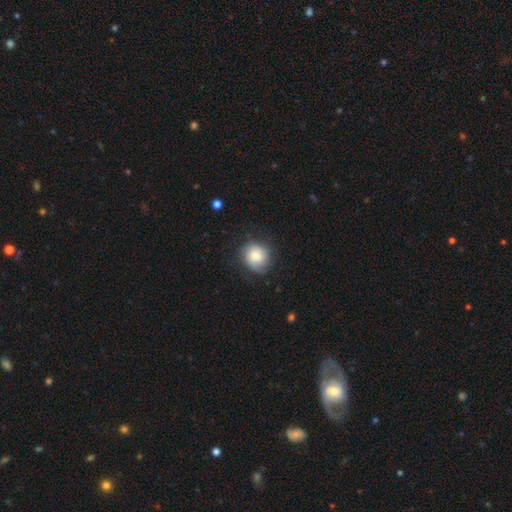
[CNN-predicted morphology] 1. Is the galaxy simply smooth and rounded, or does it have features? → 71% smooth, 22% featured or disk, 8% star or artifact.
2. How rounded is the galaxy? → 77% round, 22% in between, 1% cigar-shaped.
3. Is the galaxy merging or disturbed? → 68% none, 23% minor disturbance, 9% major disturbance, 1% merger.